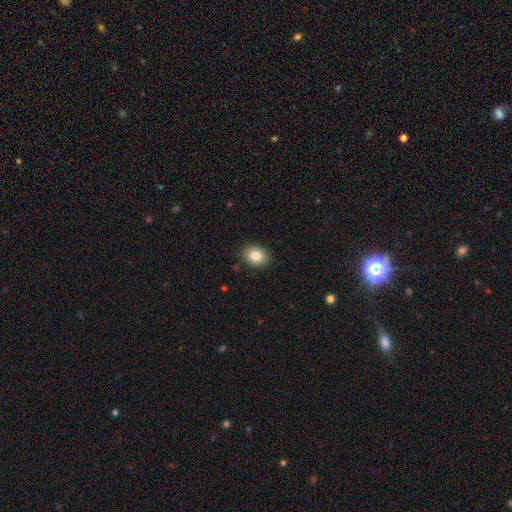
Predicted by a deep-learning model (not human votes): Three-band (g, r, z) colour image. It shows a smooth galaxy with no disk features (85%) that is in between round and cigar-shaped (58%). Merging: none (89%).